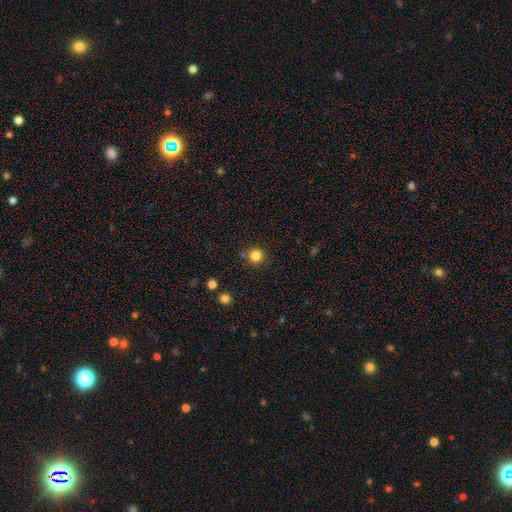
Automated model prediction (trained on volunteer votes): Q: Smooth or featured?
A: smooth (83%); runner-up: star or artifact (12%)
Q: How rounded?
A: round (95%); runner-up: in between (5%)
Q: Merging?
A: none (85%); runner-up: minor disturbance (8%)